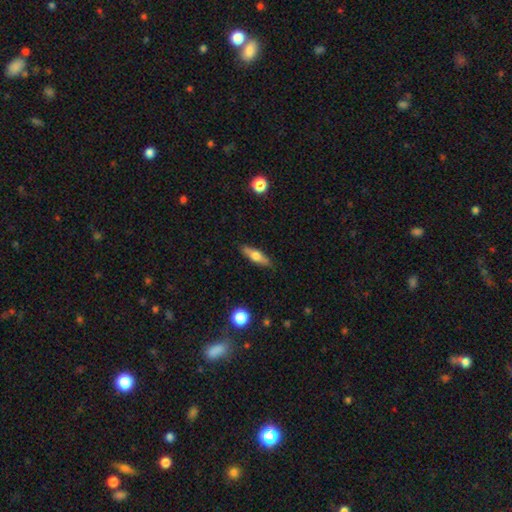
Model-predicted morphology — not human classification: A smooth galaxy with no disk features (52%) that is cigar-shaped (59%).

Vote fractions:
- Smooth or featured? smooth: 52% / featured or disk: 42% / star or artifact: 7%
- How rounded? cigar-shaped: 59% / in between: 37% / round: 4%
- Merging? none: 86% / minor disturbance: 10% / major disturbance: 2% / merger: 1%